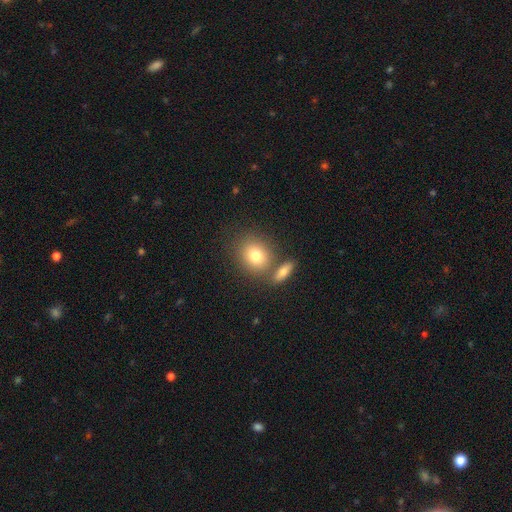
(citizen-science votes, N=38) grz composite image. It shows a smooth galaxy with no disk features (87%) that is round (73%). Merging: none (50%).